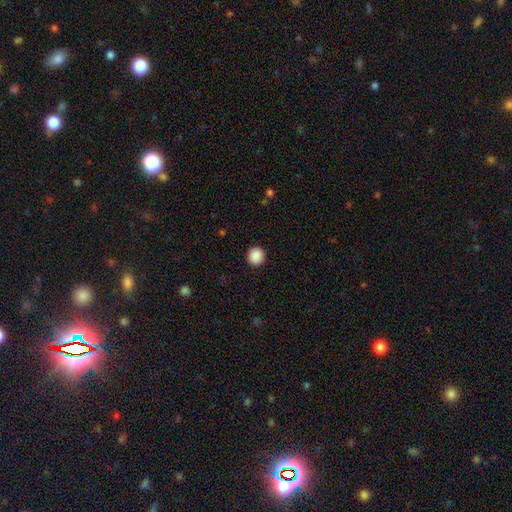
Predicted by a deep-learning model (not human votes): A smooth galaxy with no disk features (89%) that is round (94%). Merging: none (93%).